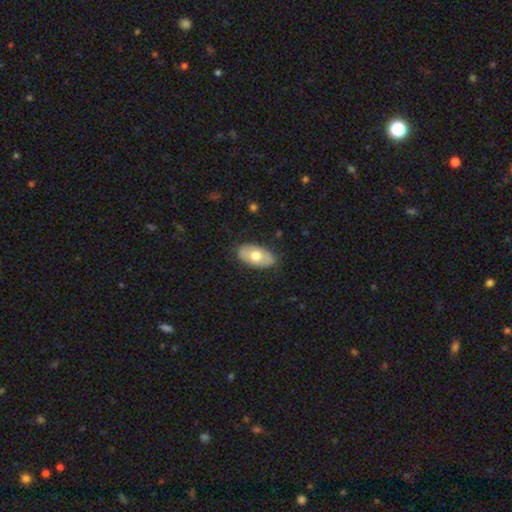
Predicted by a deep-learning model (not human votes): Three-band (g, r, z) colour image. It shows a smooth galaxy with no disk features (63%) that is in between round and cigar-shaped (93%). Merging: none (81%).